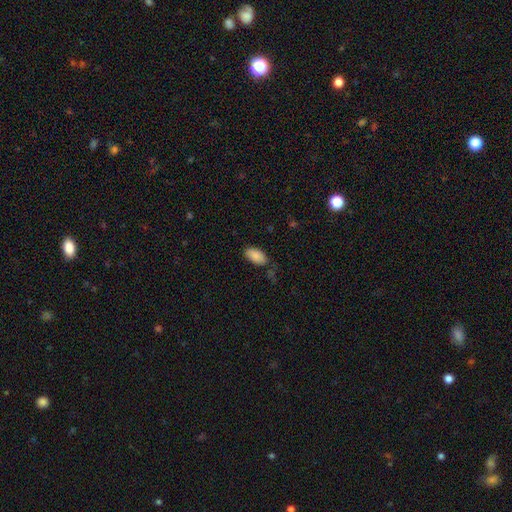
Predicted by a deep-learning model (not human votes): The model was most divided on "merging": none: 76%, minor disturbance: 16%, major disturbance: 4%, merger: 3%. More confident: how rounded — in between (94%); smooth or featured — smooth (87%).